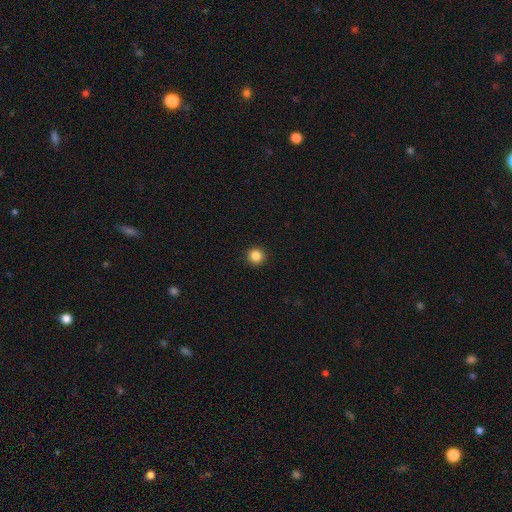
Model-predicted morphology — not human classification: A smooth galaxy with no disk features (86%) that is round (95%). Merging: none (93%).